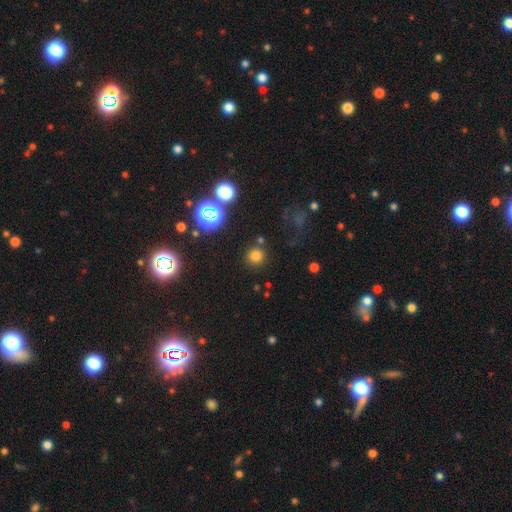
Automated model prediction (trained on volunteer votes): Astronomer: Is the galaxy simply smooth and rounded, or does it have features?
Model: smooth — 72%.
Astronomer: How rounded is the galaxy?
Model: round — 94%.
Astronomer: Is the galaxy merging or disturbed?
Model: none — 84%.